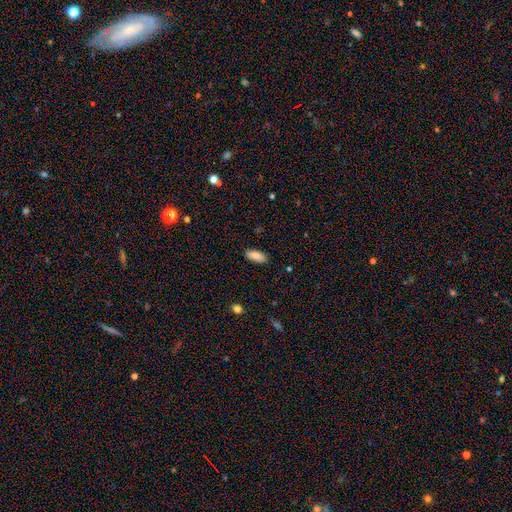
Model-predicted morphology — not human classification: This appears to be a smooth galaxy with no disk features (86%) that is in between round and cigar-shaped (82%). Merging: none (87%).